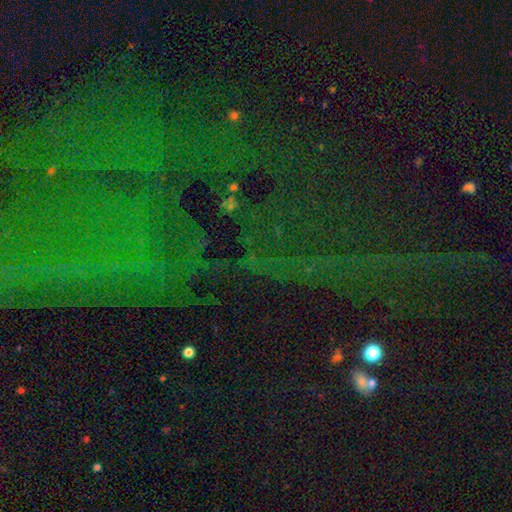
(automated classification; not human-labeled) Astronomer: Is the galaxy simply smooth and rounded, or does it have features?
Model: star or artifact — 80%.